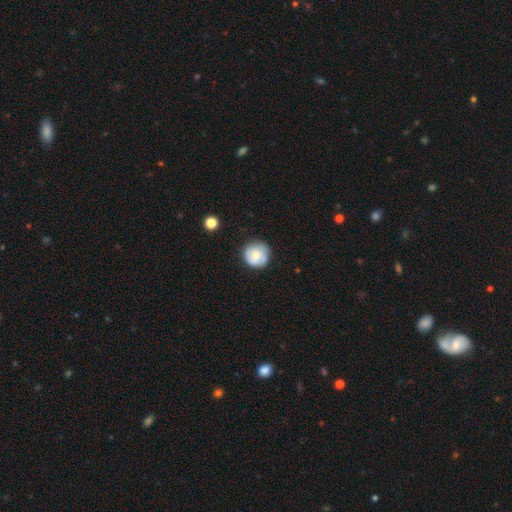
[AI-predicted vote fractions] This is likely a smooth galaxy (64%). How rounded: clearly round (94%). Merging: likely none (79%).